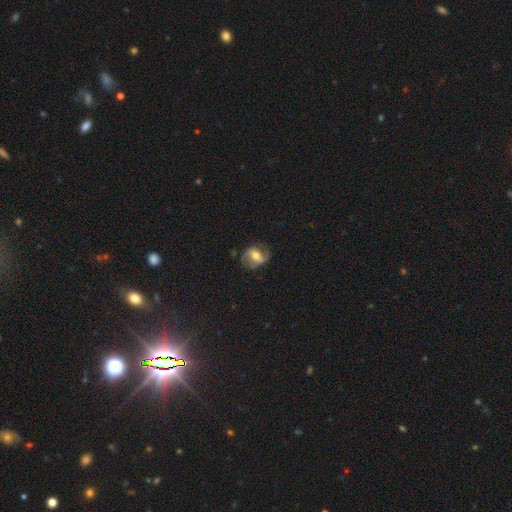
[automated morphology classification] Overall: featured or disk (61%; smooth 31%). Edge-on disk: no (94%). Bar: weak (38%; strong 35%). Spiral arms: yes (79%). Bulge size: moderate (63%). Merging: none (67%).